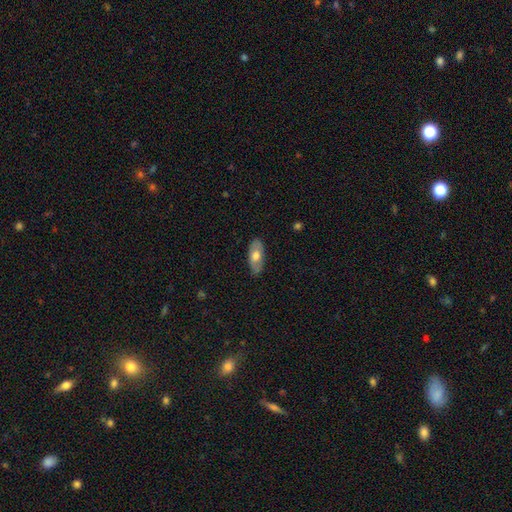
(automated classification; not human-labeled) Smooth or featured? Predicted: smooth (p=0.60). How rounded? Predicted: in between (p=0.90). Merging? Predicted: none (p=0.82).